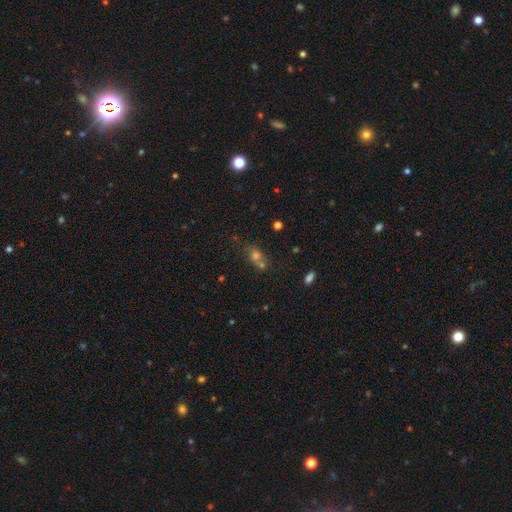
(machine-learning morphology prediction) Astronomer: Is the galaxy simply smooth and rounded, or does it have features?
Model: smooth — 61%.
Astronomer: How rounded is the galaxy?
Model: round — 59% (runner-up: in between, 38%).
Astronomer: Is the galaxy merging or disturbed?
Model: none — 44% (runner-up: merger, 41%).